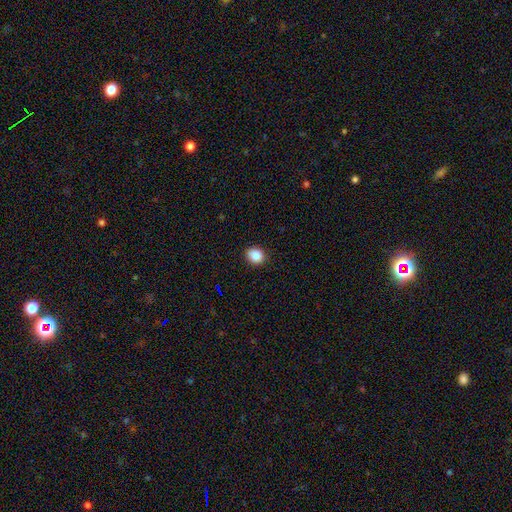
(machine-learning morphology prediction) A smooth galaxy with no disk features (87%) that is round (70%). Merging: none (85%).